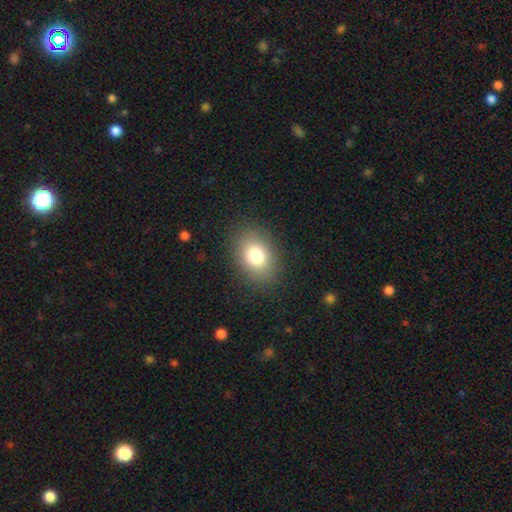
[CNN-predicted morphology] Smooth or featured?
  - smooth: 79% *
  - star or artifact: 11%
  - featured or disk: 10%
How rounded?
  - in between: 67% *
  - round: 32%
  - cigar-shaped: 1%
Merging?
  - none: 87% *
  - minor disturbance: 8%
  - major disturbance: 4%
  - merger: 1%